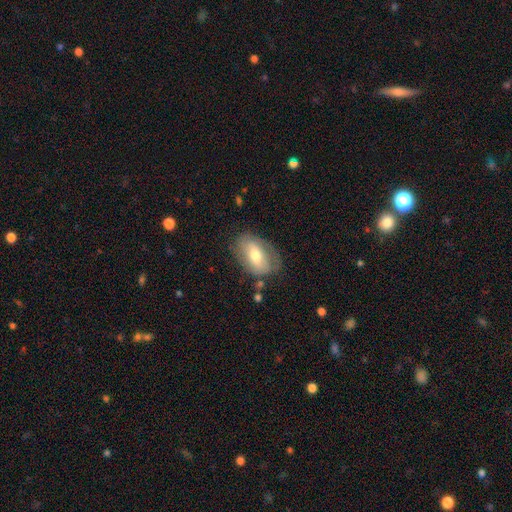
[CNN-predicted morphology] type=smooth (55%); roundness=in between (87%); merging=none (68%).